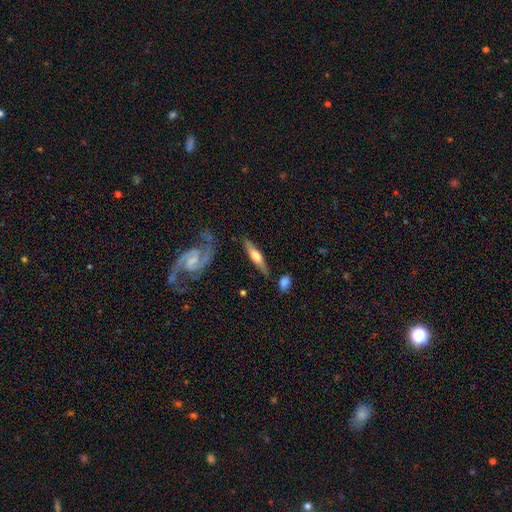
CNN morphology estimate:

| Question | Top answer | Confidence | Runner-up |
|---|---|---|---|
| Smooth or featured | featured or disk | 61% | smooth (33%) |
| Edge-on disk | yes | 82% | no (18%) |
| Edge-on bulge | rounded | 81% | boxy (12%) |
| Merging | none | 72% | minor disturbance (17%) |